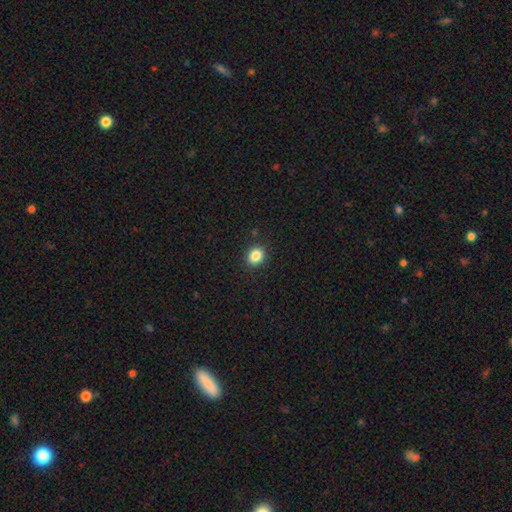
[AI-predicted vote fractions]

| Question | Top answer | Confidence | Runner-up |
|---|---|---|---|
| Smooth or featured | smooth | 85% | star or artifact (10%) |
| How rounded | round | 59% | in between (40%) |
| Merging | none | 90% | minor disturbance (7%) |